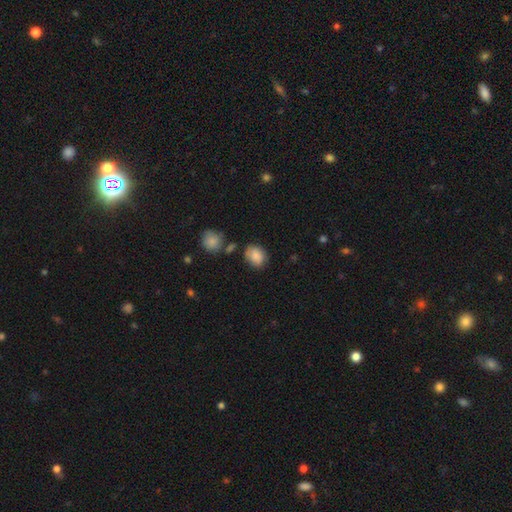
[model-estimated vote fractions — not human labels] smooth-or-featured: smooth: 85% | star or artifact: 8% | featured or disk: 7%
  how-rounded: in between: 55% | round: 44% | cigar-shaped: 1%
  merging: none: 70% | minor disturbance: 19% | merger: 6% | major disturbance: 5%